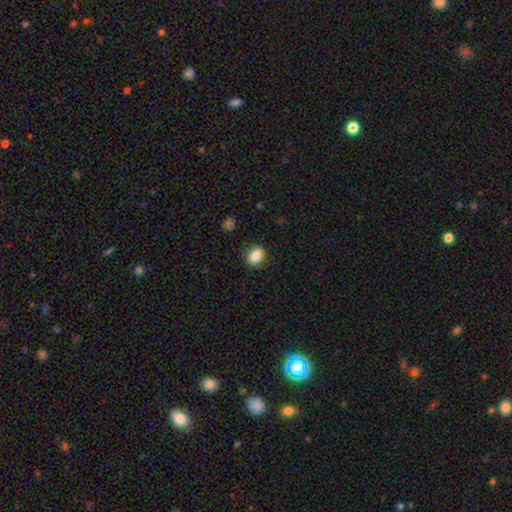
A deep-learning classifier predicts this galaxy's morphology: Q: Smooth or featured?
A: smooth (84%); runner-up: star or artifact (9%)
Q: How rounded?
A: in between (68%); runner-up: round (31%)
Q: Merging?
A: none (81%); runner-up: minor disturbance (15%)